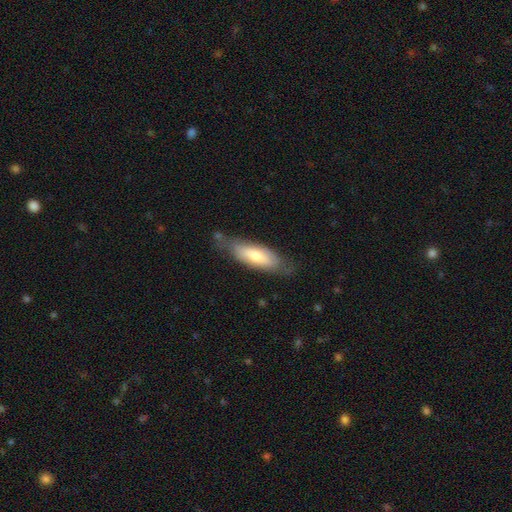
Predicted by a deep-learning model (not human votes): Smooth or featured: smooth — 56% (featured or disk — 38%)
How rounded: in between — 55% (cigar-shaped — 44%)
Merging: none — 68% (minor disturbance — 24%)